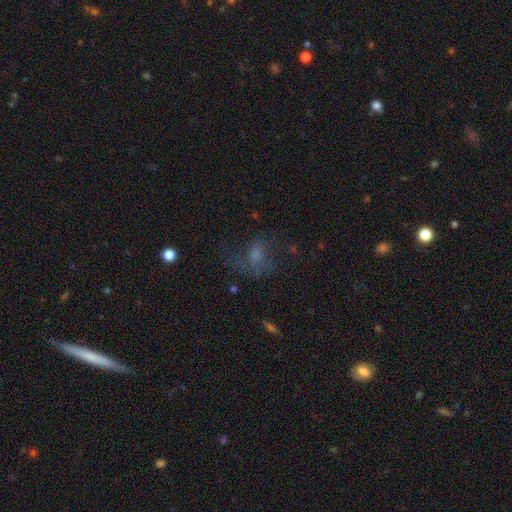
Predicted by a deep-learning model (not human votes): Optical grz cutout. It shows a featured or disk galaxy (36%, tied with smooth). Merging: none (47%).